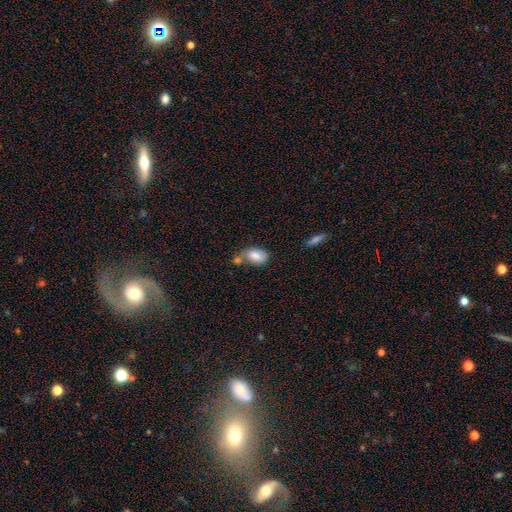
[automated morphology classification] A smooth galaxy with no disk features (80%) that is in between round and cigar-shaped (88%).

Vote fractions:
- Smooth or featured? smooth: 80% / featured or disk: 13% / star or artifact: 7%
- How rounded? in between: 88% / round: 10% / cigar-shaped: 2%
- Merging? none: 42% / merger: 29% / minor disturbance: 21% / major disturbance: 7%